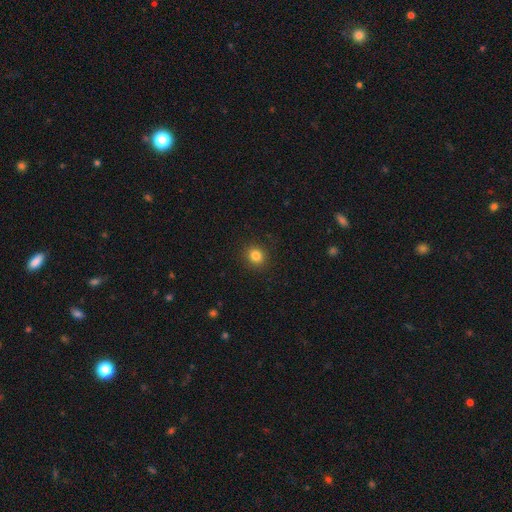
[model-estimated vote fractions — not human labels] A smooth galaxy with no disk features (83%) that is round (85%).

Vote fractions:
- Smooth or featured? smooth: 83% / star or artifact: 12% / featured or disk: 5%
- How rounded? round: 85% / in between: 14% / cigar-shaped: 1%
- Merging? none: 91% / minor disturbance: 6% / major disturbance: 2% / merger: 1%